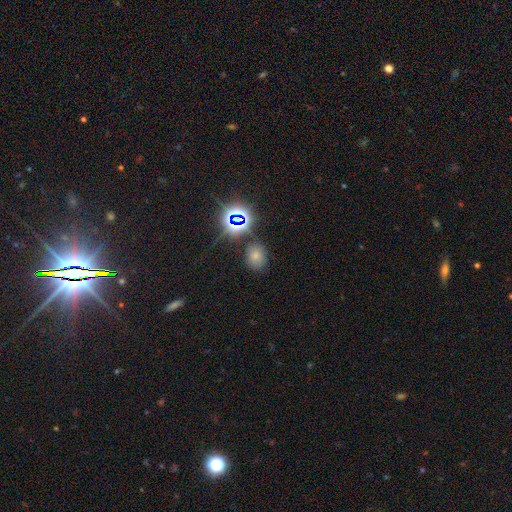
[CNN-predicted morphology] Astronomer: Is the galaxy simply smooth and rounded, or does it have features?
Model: smooth — 62%.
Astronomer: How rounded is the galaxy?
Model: in between — 50% (runner-up: round, 48%).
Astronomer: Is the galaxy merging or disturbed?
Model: none — 77%.